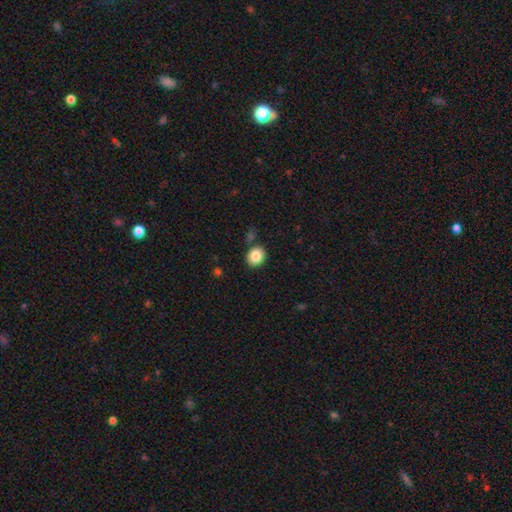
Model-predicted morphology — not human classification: The model was most divided on "how rounded": round: 69%, in between: 30%, cigar-shaped: 1%. More confident: smooth or featured — smooth (86%); merging — none (81%).